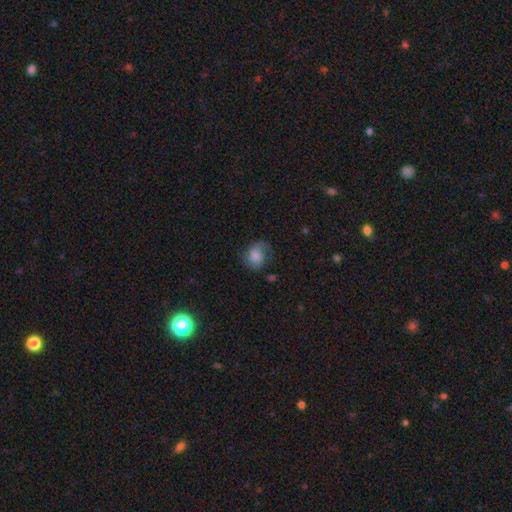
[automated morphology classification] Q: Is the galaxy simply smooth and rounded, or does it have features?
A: smooth — 62%.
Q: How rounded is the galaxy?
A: round — 63%.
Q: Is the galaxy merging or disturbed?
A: none — 59%.